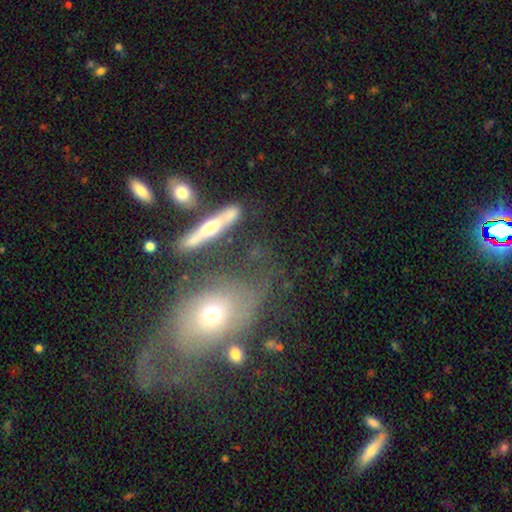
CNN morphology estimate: A featured or disk galaxy (56%). Merging: none (47%).